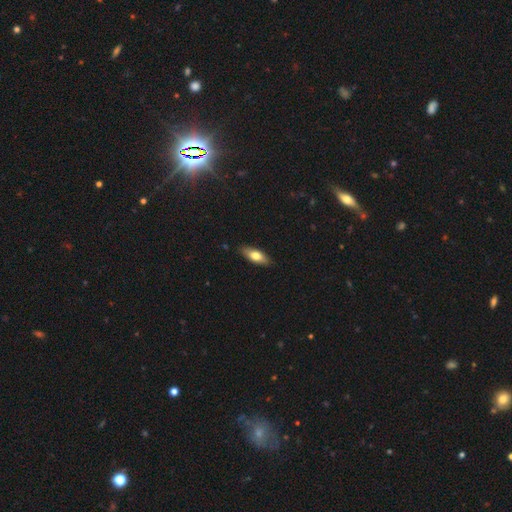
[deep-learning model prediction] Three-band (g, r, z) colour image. It shows a smooth galaxy with no disk features (71%) that is in between round and cigar-shaped (73%). Merging: none (87%).